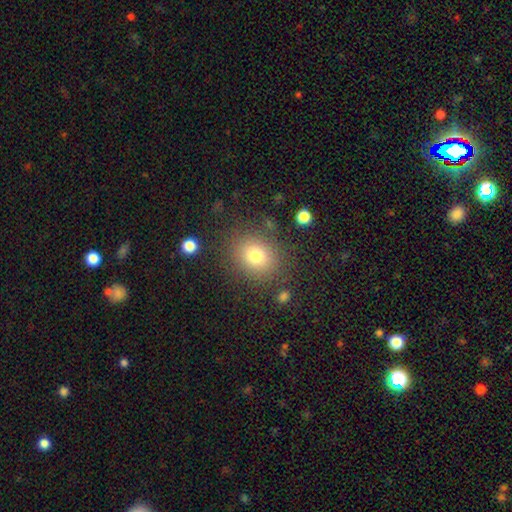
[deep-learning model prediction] Q: Smooth or featured?
A: smooth (76%); runner-up: star or artifact (14%)
Q: How rounded?
A: round (69%); runner-up: in between (30%)
Q: Merging?
A: none (81%); runner-up: minor disturbance (11%)